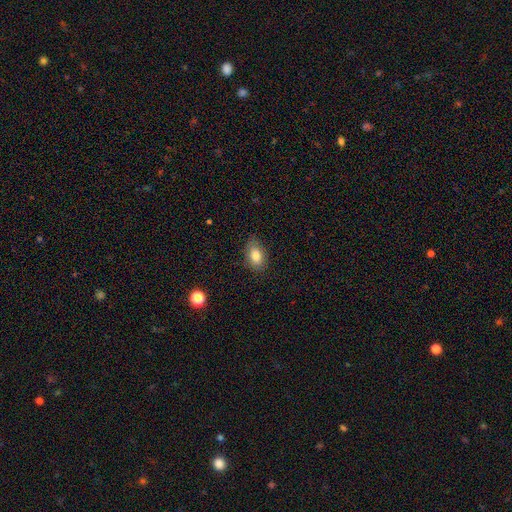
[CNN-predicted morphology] Smooth or featured? smooth (82%)
How rounded? in between (87%)
Merging? none (77%)